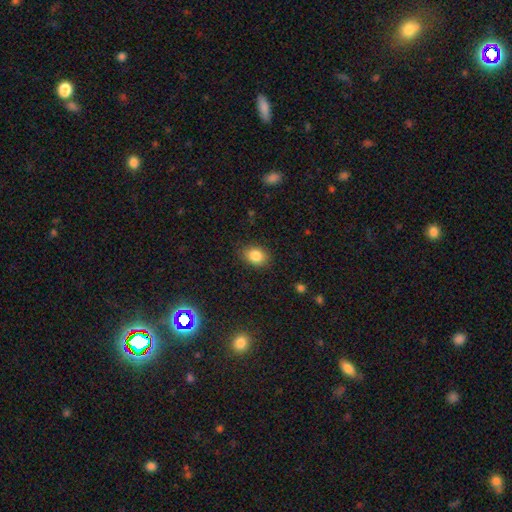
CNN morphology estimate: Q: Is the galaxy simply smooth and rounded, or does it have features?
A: smooth — 85%.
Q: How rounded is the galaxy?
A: in between — 71%.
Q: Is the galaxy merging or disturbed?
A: none — 84%.